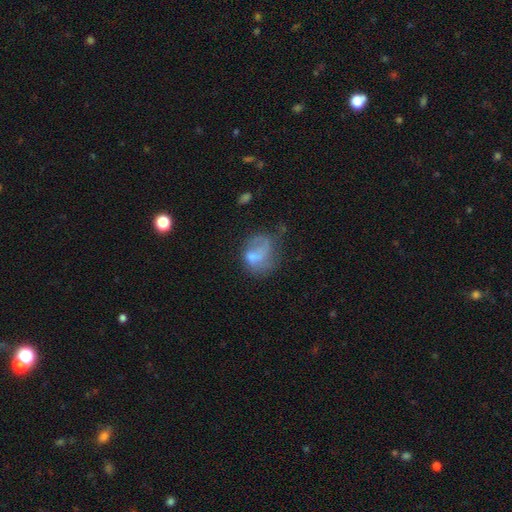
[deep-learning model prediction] Overall: smooth (52%; featured or disk 37%). How rounded: in between (56%; round 43%). Merging: major disturbance (36%; none 29%).